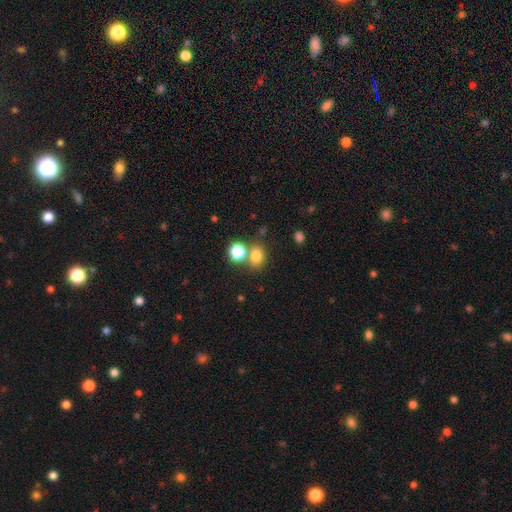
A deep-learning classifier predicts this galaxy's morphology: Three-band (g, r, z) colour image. It shows a smooth galaxy with no disk features (78%) that is round (59%). Merging: none (62%).